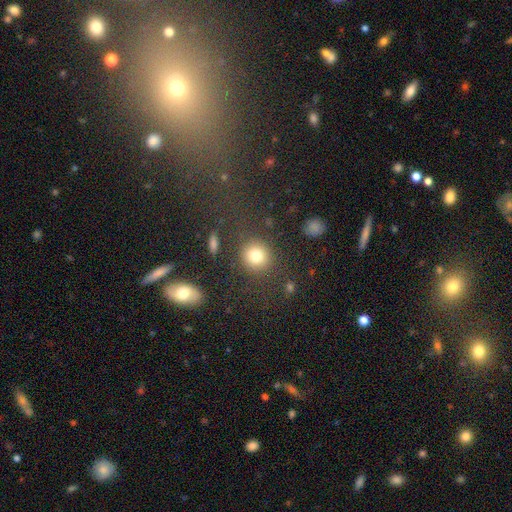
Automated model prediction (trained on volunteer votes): This is clearly a smooth galaxy (81%). How rounded: clearly round (87%). Merging: clearly none (84%).